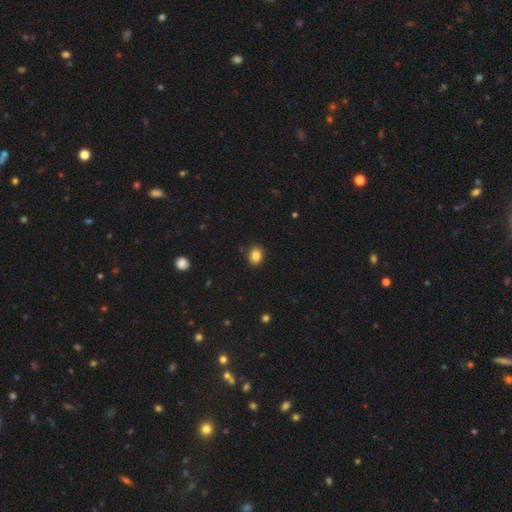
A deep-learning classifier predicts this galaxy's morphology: A smooth galaxy with no disk features (86%) that is in between round and cigar-shaped (55%).

Vote fractions:
- Smooth or featured? smooth: 86% / star or artifact: 10% / featured or disk: 5%
- How rounded? in between: 55% / round: 44% / cigar-shaped: 1%
- Merging? none: 88% / minor disturbance: 8% / major disturbance: 2% / merger: 1%